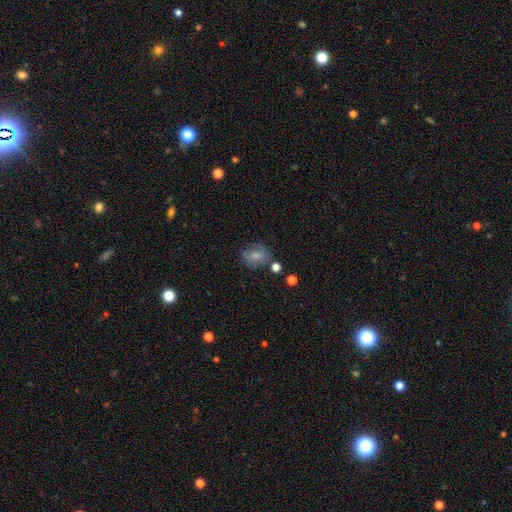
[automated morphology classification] Q: Smooth or featured?
A: smooth (69%); runner-up: featured or disk (21%)
Q: How rounded?
A: round (50%); runner-up: in between (49%)
Q: Merging?
A: none (61%); runner-up: minor disturbance (23%)